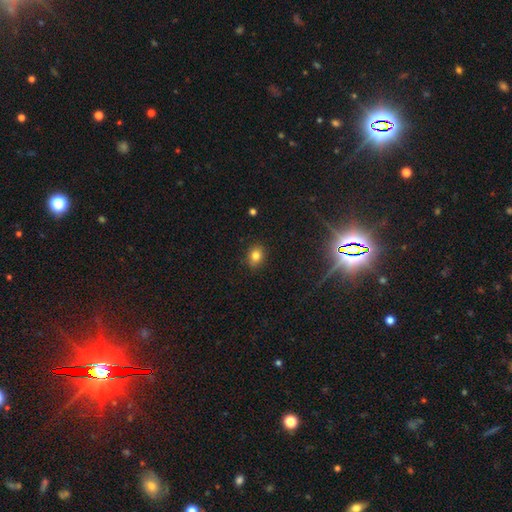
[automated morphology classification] Overall: smooth (81%). How rounded: round (53%; in between 45%). Merging: none (86%).